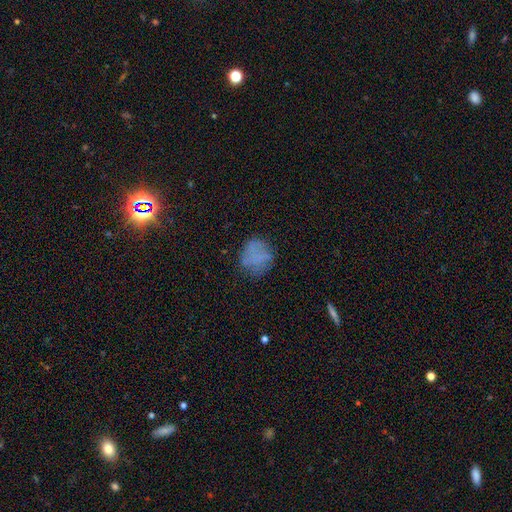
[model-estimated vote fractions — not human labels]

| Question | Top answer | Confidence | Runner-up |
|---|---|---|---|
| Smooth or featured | smooth | 65% | featured or disk (22%) |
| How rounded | round | 79% | in between (19%) |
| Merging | none | 65% | minor disturbance (21%) |